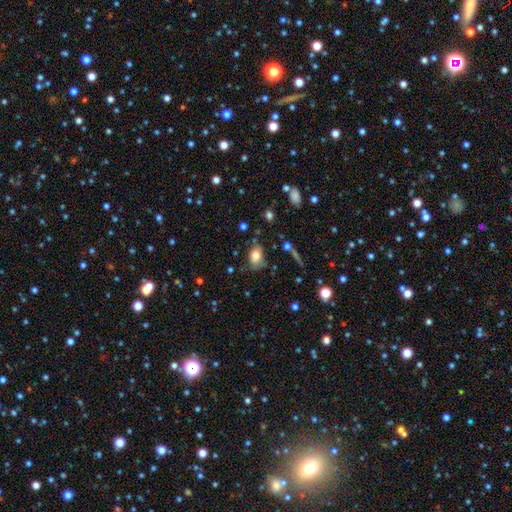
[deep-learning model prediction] Morphology: type=smooth (77%); roundness=in between (81%); merging=none (63%).